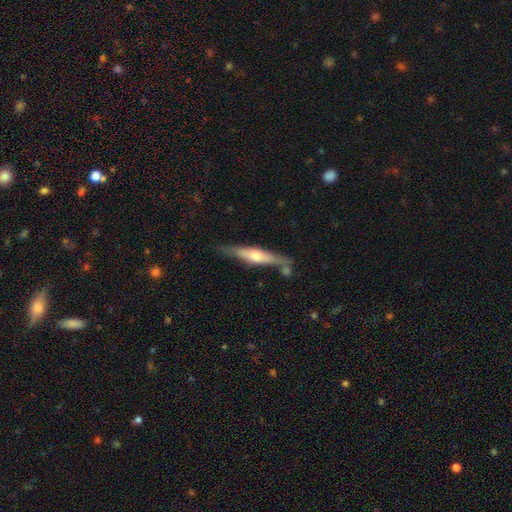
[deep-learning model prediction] A featured or disk galaxy (62%) viewed edge-on (94%) with a rounded central bulge (79%).

Vote fractions:
- Smooth or featured? featured or disk: 62% / smooth: 32% / star or artifact: 6%
- Edge-on disk? yes: 94% / no: 6%
- Edge-on bulge? rounded: 79% / boxy: 14% / none: 7%
- Merging? none: 73% / minor disturbance: 15% / merger: 8% / major disturbance: 4%